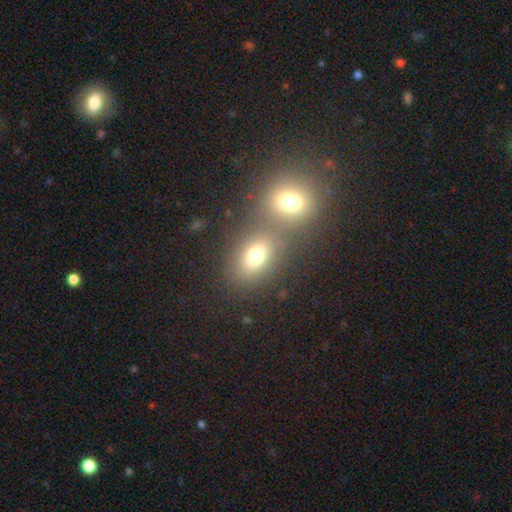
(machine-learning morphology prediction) A smooth galaxy with no disk features (73%) that is in between round and cigar-shaped (63%). Merging: none (46%).